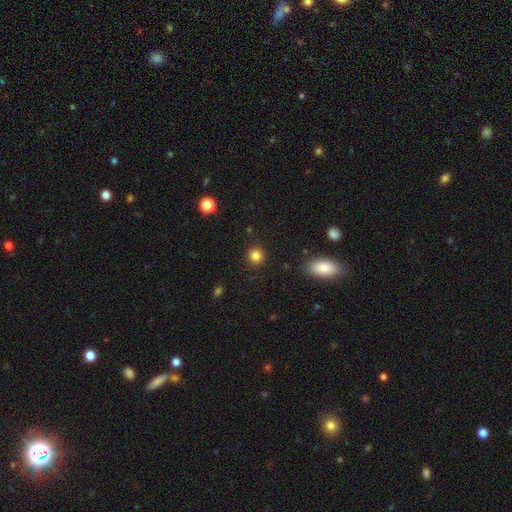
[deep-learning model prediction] This is clearly a smooth galaxy (84%). How rounded: clearly round (91%). Merging: clearly none (90%).